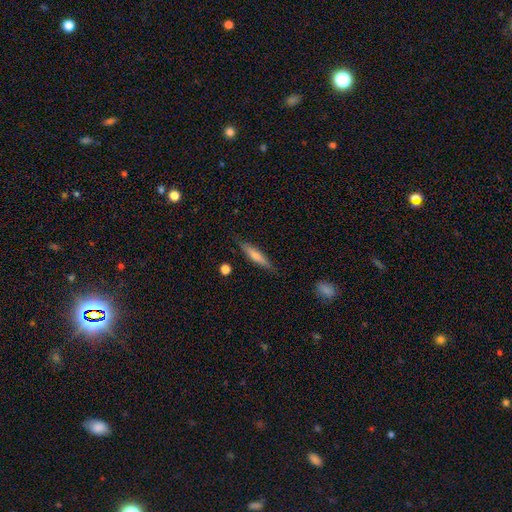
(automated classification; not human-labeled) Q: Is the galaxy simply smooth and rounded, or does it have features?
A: smooth — 62%.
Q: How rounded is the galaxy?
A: cigar-shaped — 86%.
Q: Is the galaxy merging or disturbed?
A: none — 84%.